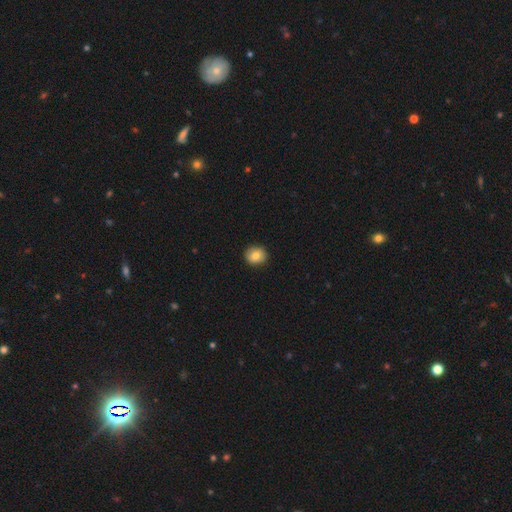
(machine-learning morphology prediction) A smooth galaxy with no disk features (81%) that is round (78%).

Vote fractions:
- Smooth or featured? smooth: 81% / featured or disk: 10% / star or artifact: 9%
- How rounded? round: 78% / in between: 21% / cigar-shaped: 1%
- Merging? none: 90% / minor disturbance: 7% / major disturbance: 2% / merger: 1%